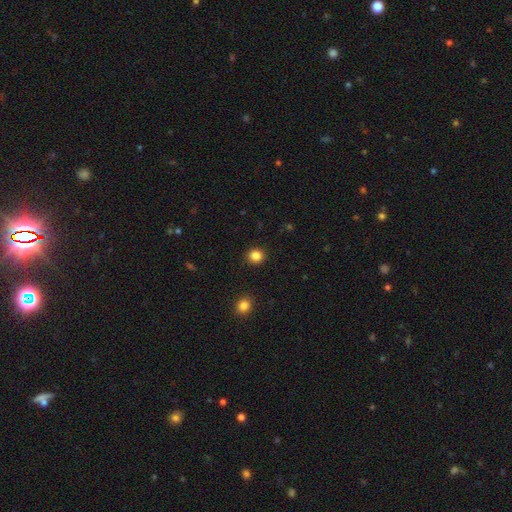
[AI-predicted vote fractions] Smooth or featured? Predicted: smooth (p=0.84). How rounded? Predicted: round (p=0.89). Merging? Predicted: none (p=0.92).